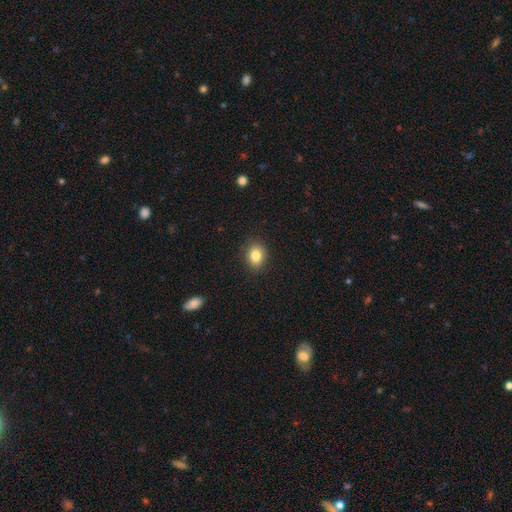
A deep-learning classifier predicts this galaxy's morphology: This appears to be a smooth galaxy with no disk features (83%) that is round (51%). Merging: none (89%).